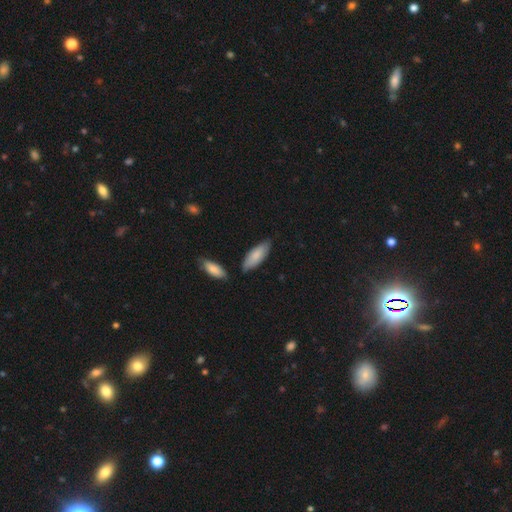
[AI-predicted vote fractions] Q: Smooth or featured?
A: smooth (82%); runner-up: featured or disk (13%)
Q: How rounded?
A: in between (70%); runner-up: cigar-shaped (29%)
Q: Merging?
A: none (74%); runner-up: minor disturbance (16%)